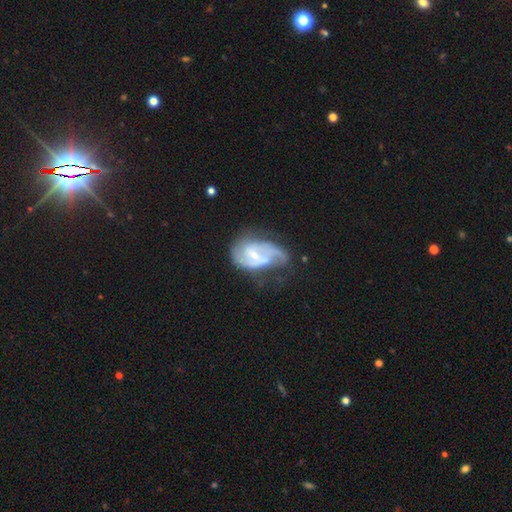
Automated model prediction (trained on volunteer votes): Overall: featured or disk (82%). Edge-on disk: no (97%). Bar: weak (53%; no 26%). Spiral arms: yes (90%). Spiral arm count: 2 (69%). Spiral winding: medium (46%; loose 33%). Bulge size: small (63%; moderate 30%). Merging: none (35%; minor disturbance 27%).